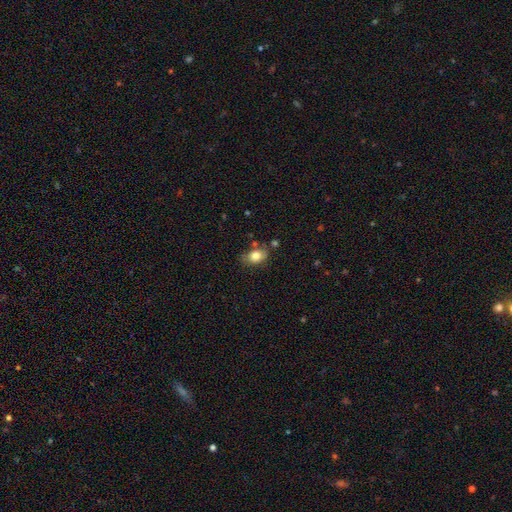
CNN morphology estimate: type=smooth (81%); roundness=in between (74%); merging=none (66%).